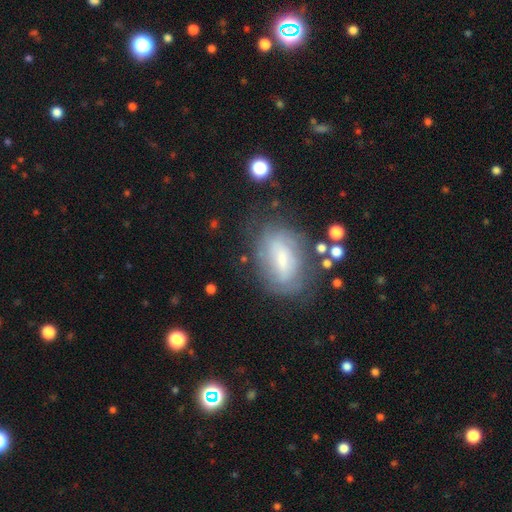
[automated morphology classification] Smooth or featured? smooth (42%)
Merging? none (76%)